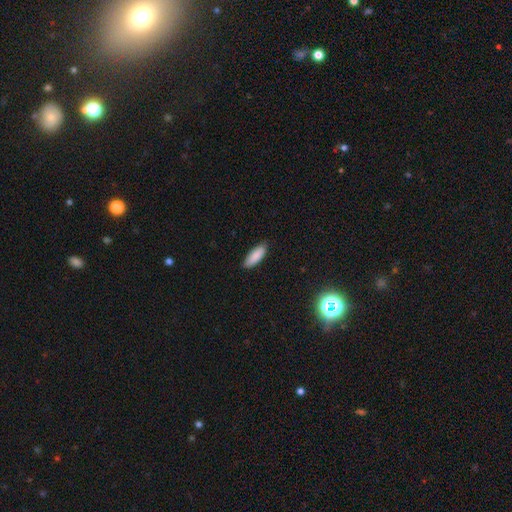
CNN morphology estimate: smooth-or-featured: smooth: 88% | star or artifact: 6% | featured or disk: 5%
  how-rounded: in between: 65% | cigar-shaped: 34% | round: 2%
  merging: none: 86% | minor disturbance: 11% | major disturbance: 2% | merger: 1%